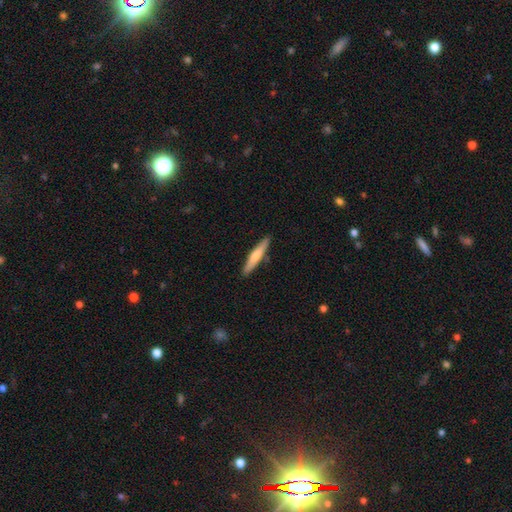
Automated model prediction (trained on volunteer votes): Morphology: type=smooth (61%); roundness=cigar-shaped (91%); merging=none (88%).